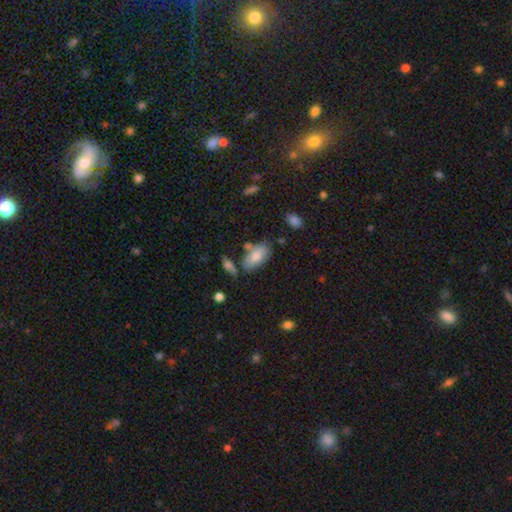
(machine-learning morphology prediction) smooth 79%, featured or disk 14%, star or artifact 7%. Down the decision tree: how rounded — in between (92%); merging — none (60%).